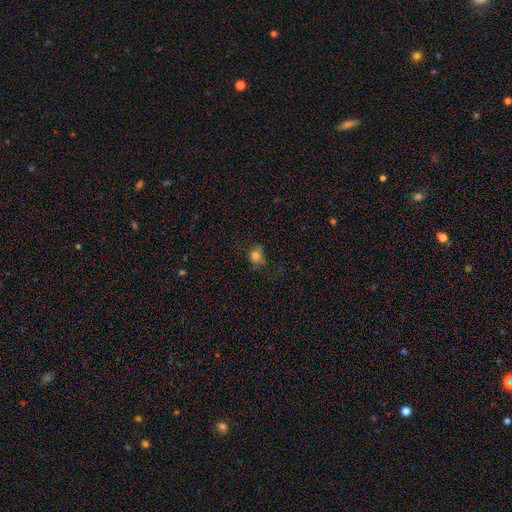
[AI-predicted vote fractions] smooth 79%, star or artifact 13%, featured or disk 8%. Down the decision tree: how rounded — round (60%); merging — none (58%).